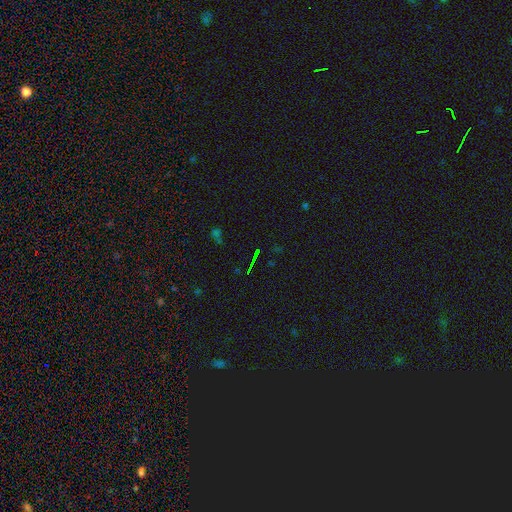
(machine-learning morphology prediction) A star or artifact, not a galaxy (69%).